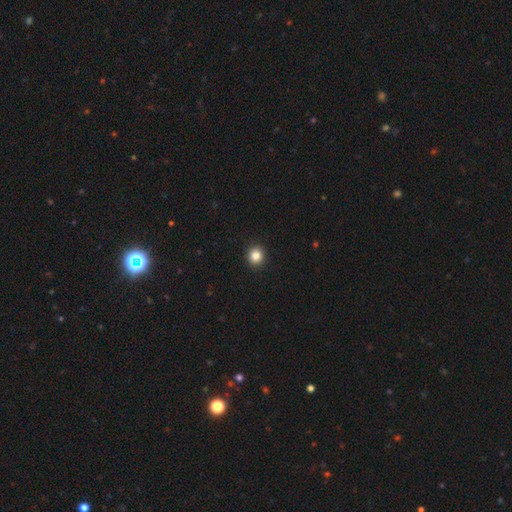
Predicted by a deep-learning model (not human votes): The model was most divided on "smooth or featured": smooth: 85%, star or artifact: 11%, featured or disk: 4%. More confident: merging — none (93%); how rounded — round (92%).